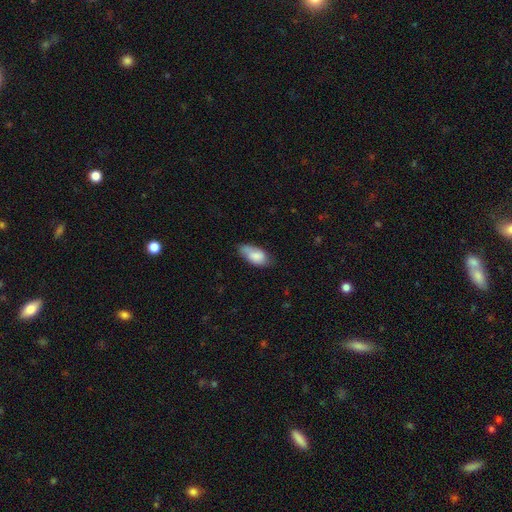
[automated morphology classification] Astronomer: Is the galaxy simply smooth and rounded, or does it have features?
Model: smooth — 79%.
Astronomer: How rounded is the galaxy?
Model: in between — 91%.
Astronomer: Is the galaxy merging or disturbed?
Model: none — 57% (runner-up: minor disturbance, 33%).